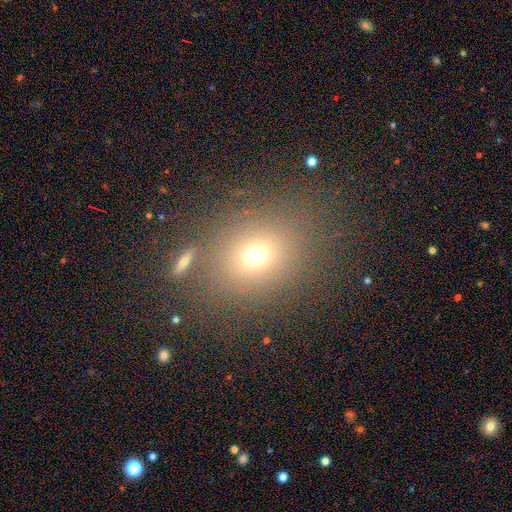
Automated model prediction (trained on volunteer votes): Smooth or featured? Predicted: smooth (p=0.68). How rounded? Predicted: round (p=0.62). Merging? Predicted: none (p=0.74).